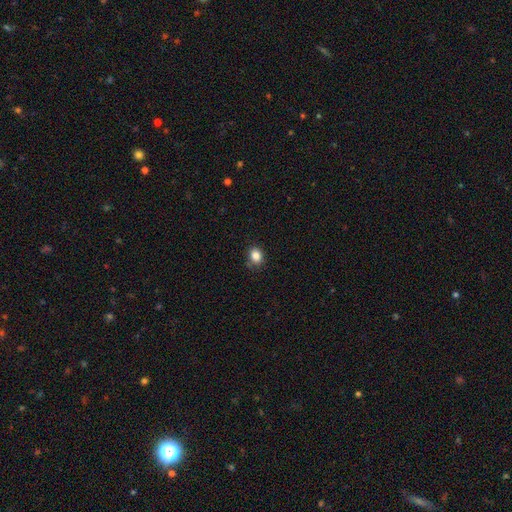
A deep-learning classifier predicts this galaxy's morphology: Smooth or featured?
  - smooth: 85% *
  - star or artifact: 10%
  - featured or disk: 5%
How rounded?
  - round: 51% *
  - in between: 48%
  - cigar-shaped: 1%
Merging?
  - none: 80% *
  - minor disturbance: 15%
  - major disturbance: 3%
  - merger: 2%